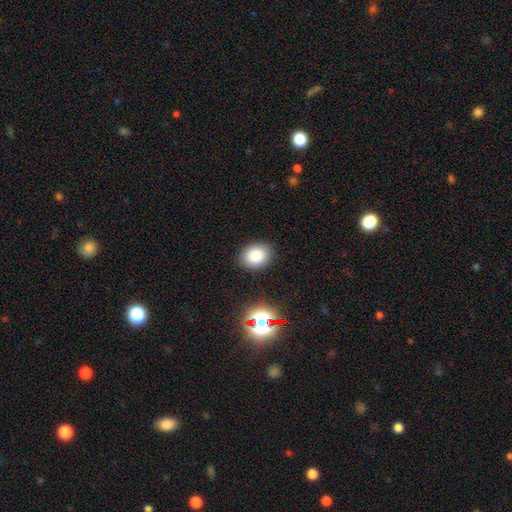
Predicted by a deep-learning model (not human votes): A smooth galaxy with no disk features (84%) that is in between round and cigar-shaped (59%).

Vote fractions:
- Smooth or featured? smooth: 84% / star or artifact: 11% / featured or disk: 5%
- How rounded? in between: 59% / round: 41% / cigar-shaped: 1%
- Merging? none: 87% / minor disturbance: 9% / major disturbance: 3% / merger: 2%